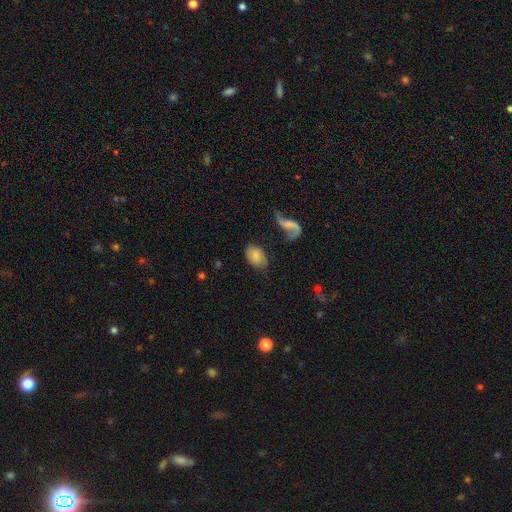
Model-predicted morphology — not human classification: Smooth or featured? Predicted: smooth (p=0.61). How rounded? Predicted: in between (p=0.86). Merging? Predicted: none (p=0.62).